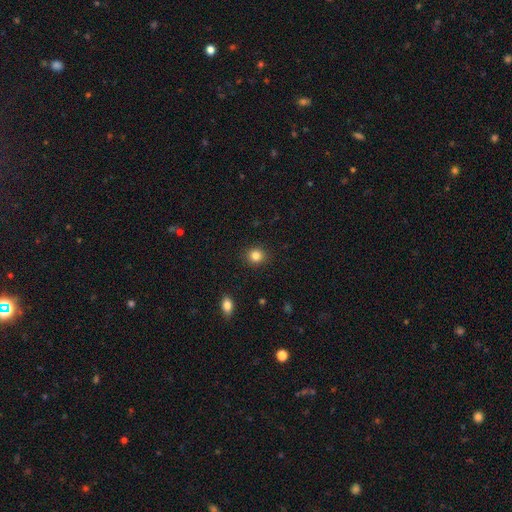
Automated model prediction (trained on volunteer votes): Smooth or featured? smooth (84%)
How rounded? round (84%)
Merging? none (91%)